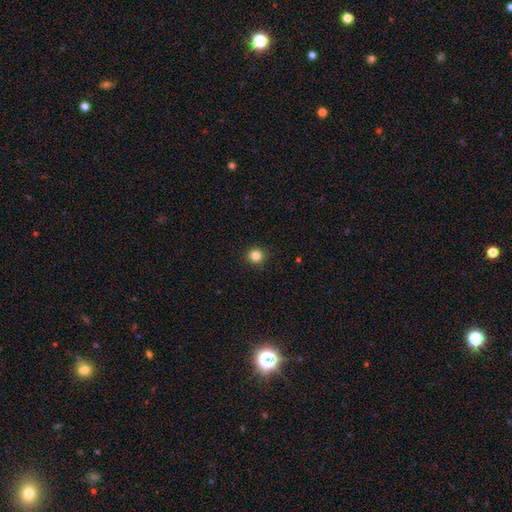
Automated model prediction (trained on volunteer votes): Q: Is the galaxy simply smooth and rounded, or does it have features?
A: smooth — 83%.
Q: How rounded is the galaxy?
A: round — 93%.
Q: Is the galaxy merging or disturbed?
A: none — 92%.